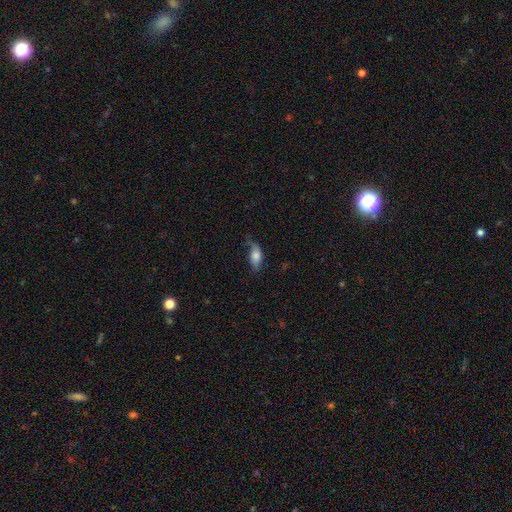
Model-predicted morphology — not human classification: Smooth or featured? smooth (72%)
How rounded? in between (86%)
Merging? none (42%)